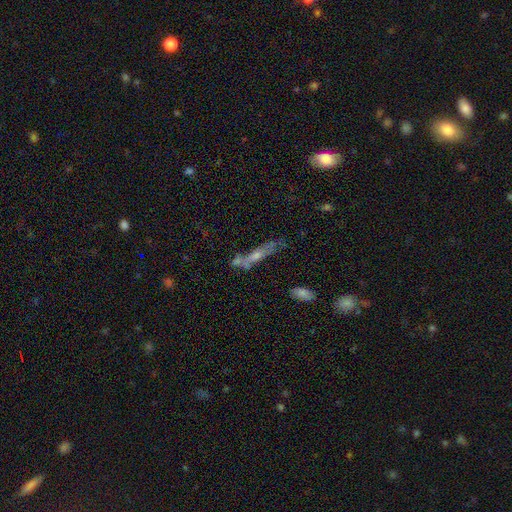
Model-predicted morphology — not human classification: smooth_or_featured: featured or disk (p=0.50) [alt: smooth p=0.35]
disk_edge_on: yes (p=0.66) [alt: no p=0.34]
merging: none (p=0.50) [alt: merger p=0.21]